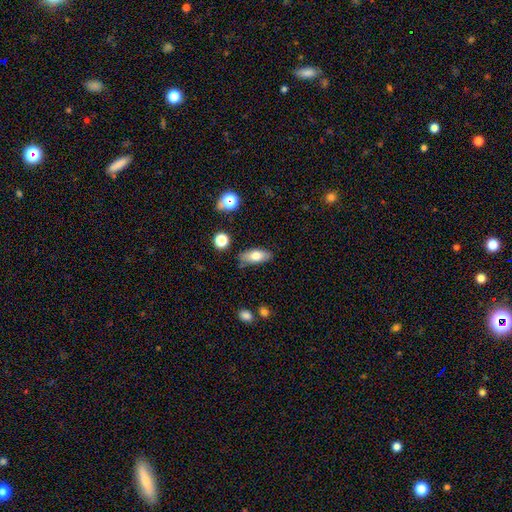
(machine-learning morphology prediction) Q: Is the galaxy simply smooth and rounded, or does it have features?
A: smooth — 73%.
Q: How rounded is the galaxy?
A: in between — 82%.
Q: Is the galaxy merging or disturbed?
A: none — 78%.